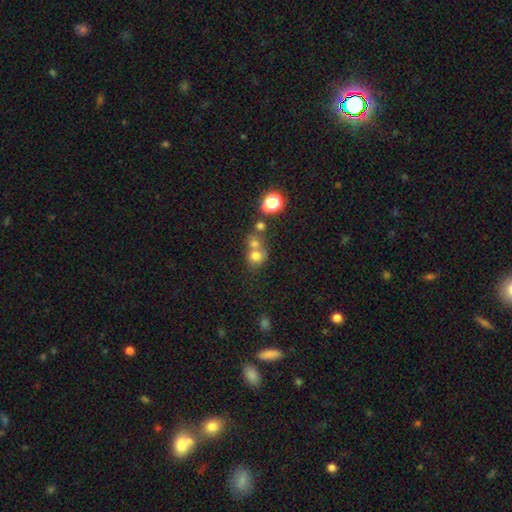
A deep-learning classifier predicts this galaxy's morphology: Smooth or featured? Predicted: smooth (p=0.70). How rounded? Predicted: round (p=0.79). Merging? Predicted: merger (p=0.50).